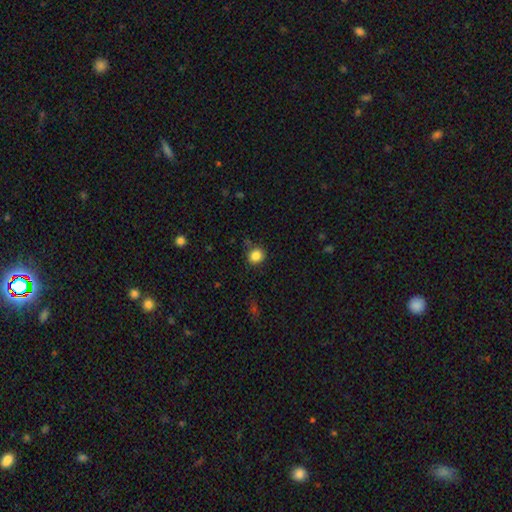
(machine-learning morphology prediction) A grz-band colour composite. It shows a smooth galaxy with no disk features (85%) that is round (84%). Merging: none (82%).